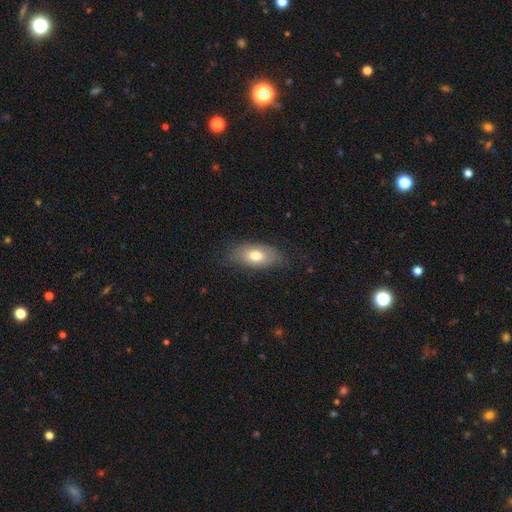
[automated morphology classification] Smooth or featured?
  - smooth: 71% *
  - featured or disk: 22%
  - star or artifact: 7%
How rounded?
  - in between: 90% *
  - round: 5%
  - cigar-shaped: 5%
Merging?
  - none: 73% *
  - minor disturbance: 20%
  - major disturbance: 5%
  - merger: 1%